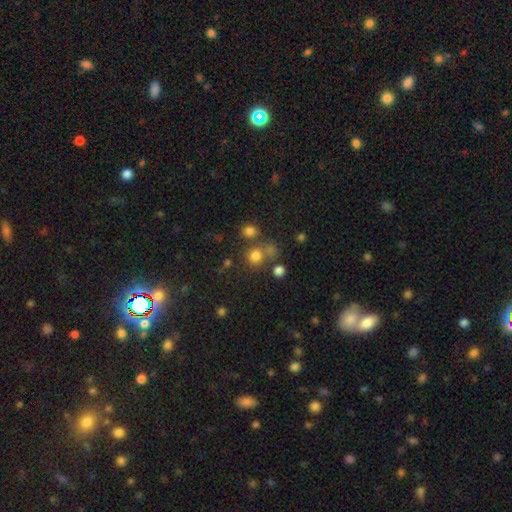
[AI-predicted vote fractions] Smooth or featured? Predicted: smooth (p=0.75). How rounded? Predicted: round (p=0.89). Merging? Predicted: none (p=0.67).